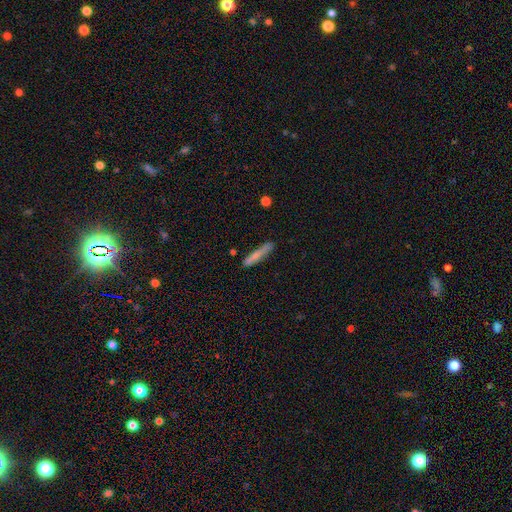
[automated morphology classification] type=smooth (70%); roundness=cigar-shaped (93%); merging=none (82%).